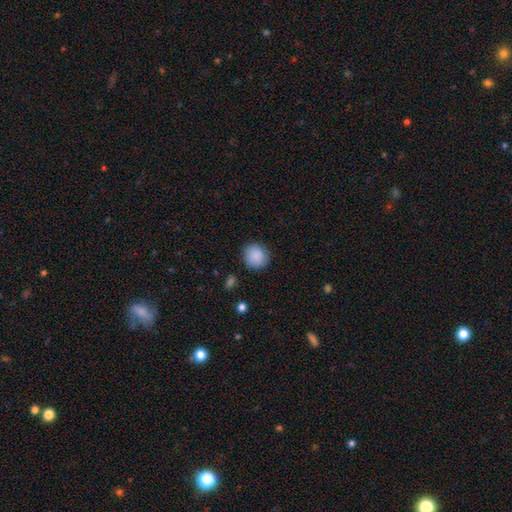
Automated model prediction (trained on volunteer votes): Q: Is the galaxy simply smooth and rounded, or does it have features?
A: smooth — 89%.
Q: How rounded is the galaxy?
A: round — 89%.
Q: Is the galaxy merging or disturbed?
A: none — 87%.